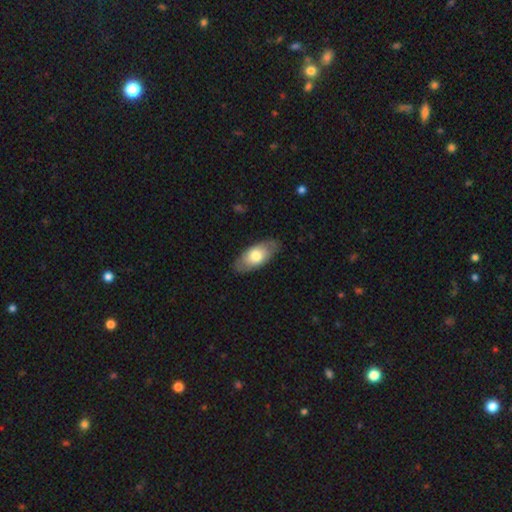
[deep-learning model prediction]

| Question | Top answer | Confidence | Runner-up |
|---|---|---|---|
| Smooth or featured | smooth | 69% | featured or disk (26%) |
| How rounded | in between | 90% | cigar-shaped (7%) |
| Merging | none | 83% | minor disturbance (13%) |